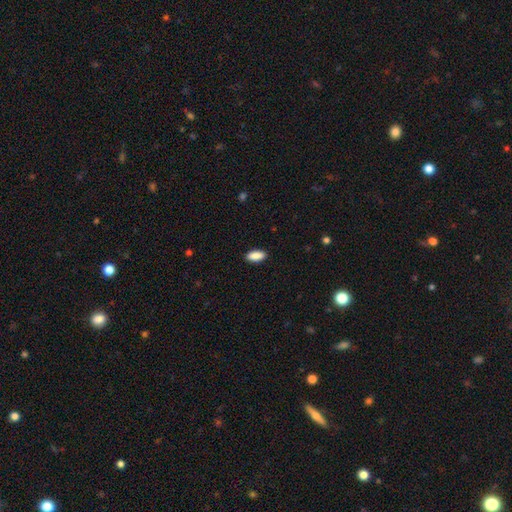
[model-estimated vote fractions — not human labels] A smooth galaxy with no disk features (90%) that is in between round and cigar-shaped (85%).

Vote fractions:
- Smooth or featured? smooth: 90% / star or artifact: 6% / featured or disk: 4%
- How rounded? in between: 85% / cigar-shaped: 13% / round: 2%
- Merging? none: 90% / minor disturbance: 8% / major disturbance: 2% / merger: 1%